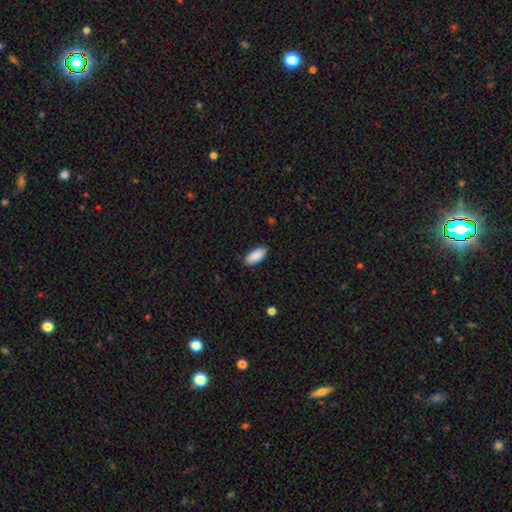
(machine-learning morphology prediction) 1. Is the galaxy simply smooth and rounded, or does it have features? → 90% smooth, 6% star or artifact, 4% featured or disk.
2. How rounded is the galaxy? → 91% in between, 8% cigar-shaped, 2% round.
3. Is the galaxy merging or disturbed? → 87% none, 10% minor disturbance, 2% major disturbance, 1% merger.